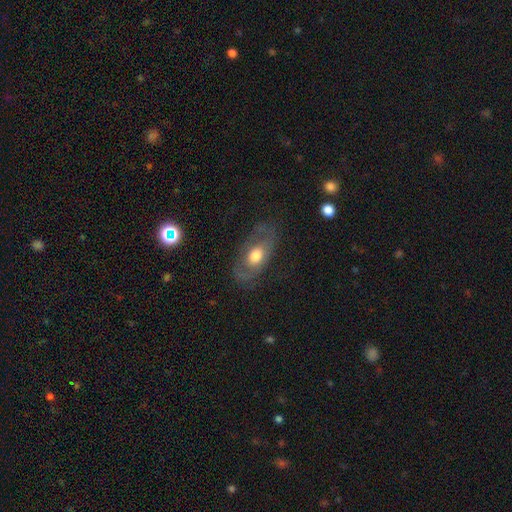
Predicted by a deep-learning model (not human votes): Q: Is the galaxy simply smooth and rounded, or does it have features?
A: featured or disk — 51%.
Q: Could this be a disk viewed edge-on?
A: no — 87%.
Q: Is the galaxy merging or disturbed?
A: none — 69%.